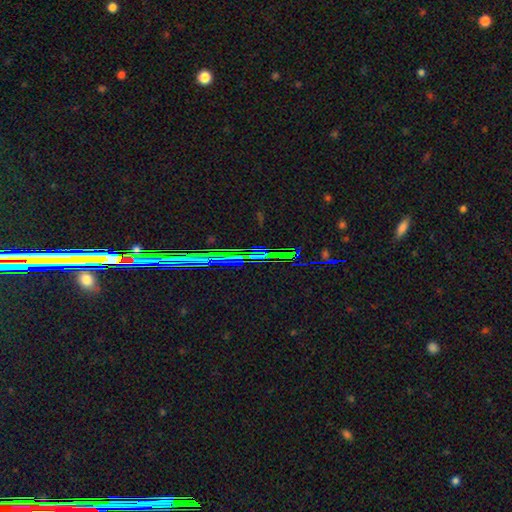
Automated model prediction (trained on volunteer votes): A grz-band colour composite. It shows a star or artifact, not a galaxy (78%).